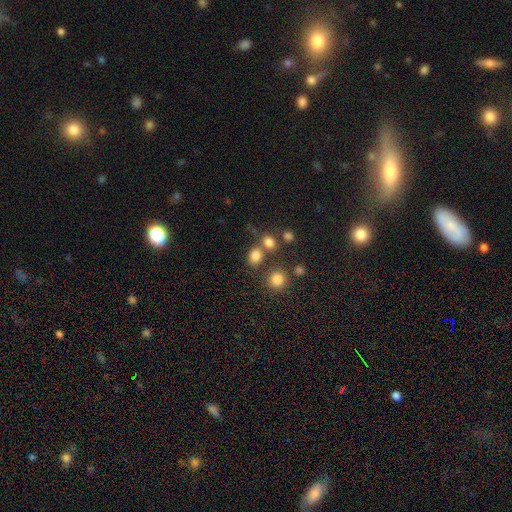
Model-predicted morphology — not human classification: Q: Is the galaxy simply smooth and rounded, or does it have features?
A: smooth — 79%.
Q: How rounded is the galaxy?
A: round — 56%.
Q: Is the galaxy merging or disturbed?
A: none — 61%.